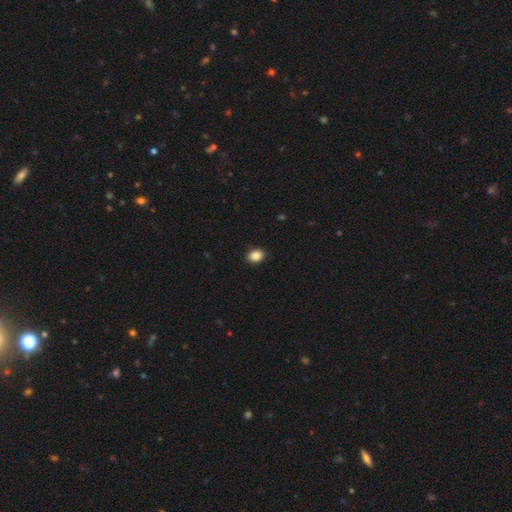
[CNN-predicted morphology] Q: Smooth or featured?
A: smooth (88%); runner-up: star or artifact (9%)
Q: How rounded?
A: in between (57%); runner-up: round (42%)
Q: Merging?
A: none (91%); runner-up: minor disturbance (7%)